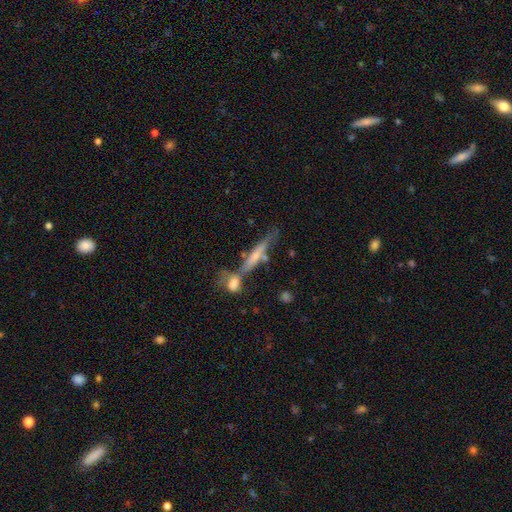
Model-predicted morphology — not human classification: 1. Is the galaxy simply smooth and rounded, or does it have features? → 47% smooth, 45% featured or disk, 8% star or artifact.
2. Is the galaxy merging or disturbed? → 45% none, 33% merger, 14% minor disturbance, 7% major disturbance.